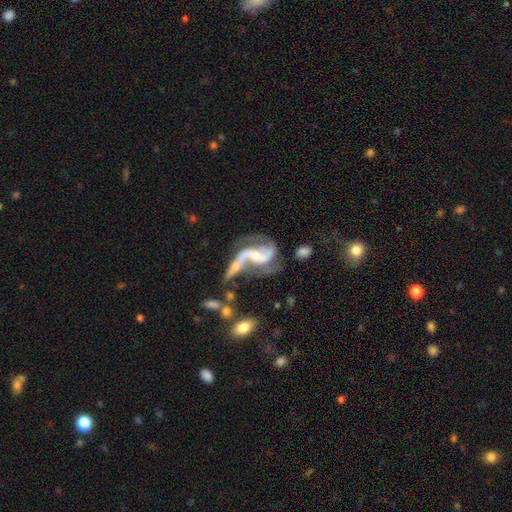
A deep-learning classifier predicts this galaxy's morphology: A featured or disk galaxy (87%) with no bar (44%), 2 (81%) loose (54%) spiral arms (95%) and a small central bulge (51%).

Vote fractions:
- Smooth or featured? featured or disk: 87% / star or artifact: 6% / smooth: 6%
- Edge-on disk? no: 97% / yes: 3%
- Bar? no: 44% / weak: 35% / strong: 21%
- Spiral arms? yes: 95% / no: 5%
- Spiral winding? loose: 54% / medium: 38% / tight: 9%
- Spiral arm count? 2: 81% / 3: 7% / 1: 5% / can't tell: 4% / 4: 2% / more than 4: 2%
- Bulge size? small: 51% / moderate: 38% / none: 7% / large: 3% / dominant: 1%
- Merging? none: 34% / merger: 28% / major disturbance: 22% / minor disturbance: 16%